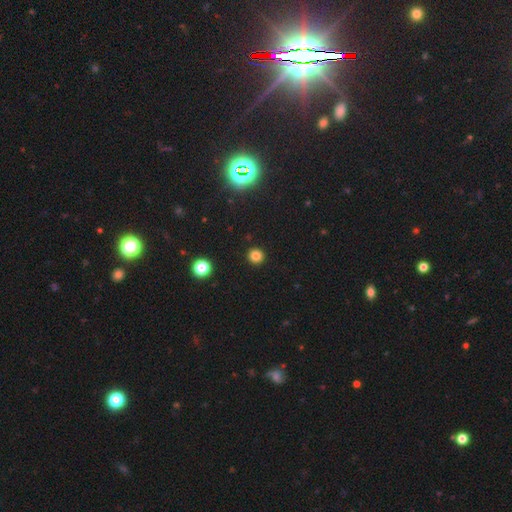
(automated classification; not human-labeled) This is clearly a smooth galaxy (81%). How rounded: clearly round (95%). Merging: clearly none (93%).